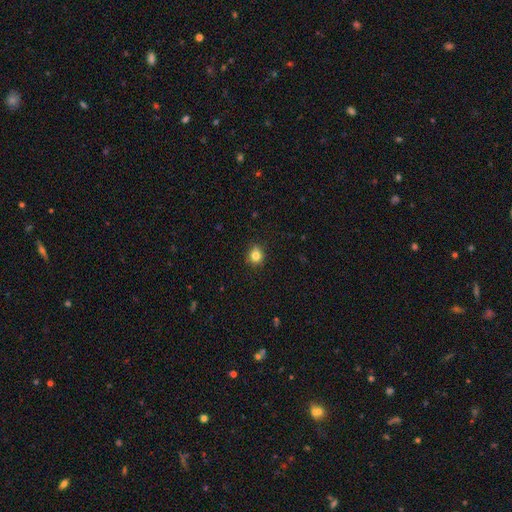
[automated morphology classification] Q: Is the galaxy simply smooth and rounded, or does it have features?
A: smooth — 82%.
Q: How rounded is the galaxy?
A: round — 76%.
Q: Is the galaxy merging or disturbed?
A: none — 85%.